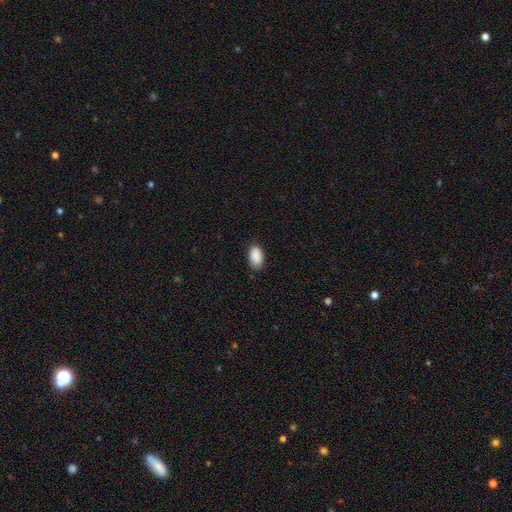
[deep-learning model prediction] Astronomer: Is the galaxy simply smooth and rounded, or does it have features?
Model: smooth — 90%.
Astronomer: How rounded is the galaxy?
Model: in between — 94%.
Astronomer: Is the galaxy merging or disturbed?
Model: none — 84%.